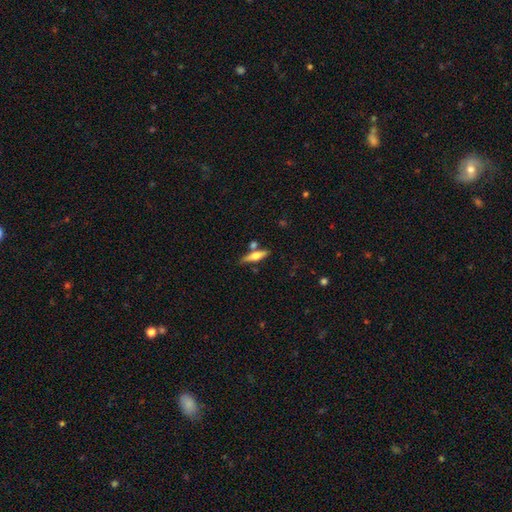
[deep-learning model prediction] featured or disk 47% (tied), smooth 47% (tied), star or artifact 6%. Down the decision tree: merging — none (72%).